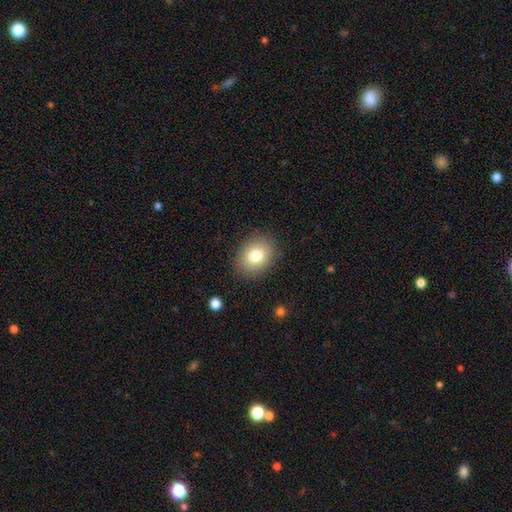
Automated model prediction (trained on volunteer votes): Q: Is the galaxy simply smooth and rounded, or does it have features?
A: smooth — 79%.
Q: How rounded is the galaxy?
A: in between — 53%.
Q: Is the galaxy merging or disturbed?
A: none — 87%.